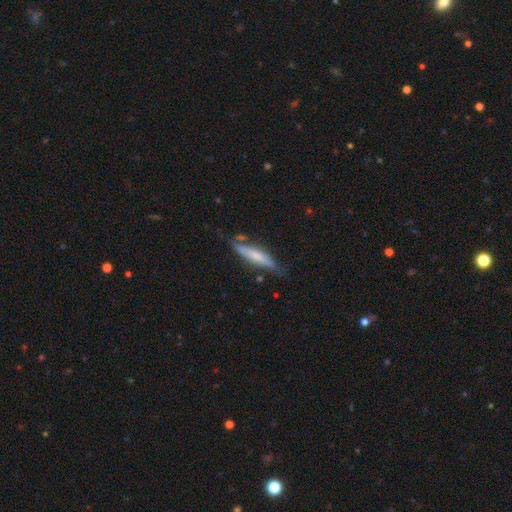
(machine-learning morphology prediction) A smooth galaxy with no disk features (56%) that is cigar-shaped (83%). Merging: none (66%).